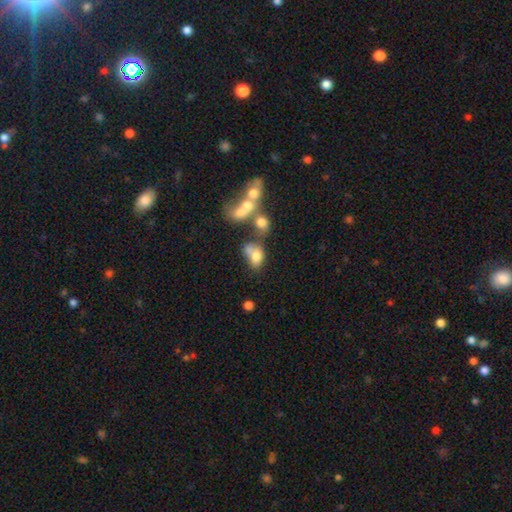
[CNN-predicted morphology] A smooth galaxy with no disk features (69%) that is in between round and cigar-shaped (73%). Merging: merger (46%).